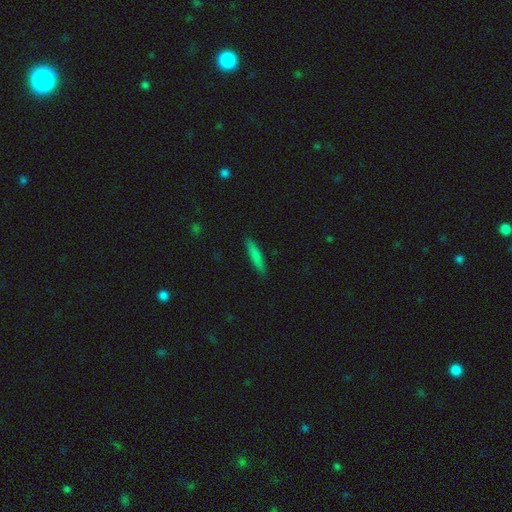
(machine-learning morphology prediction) This is likely a smooth galaxy (77%). How rounded: clearly cigar-shaped (86%). Merging: clearly none (88%).